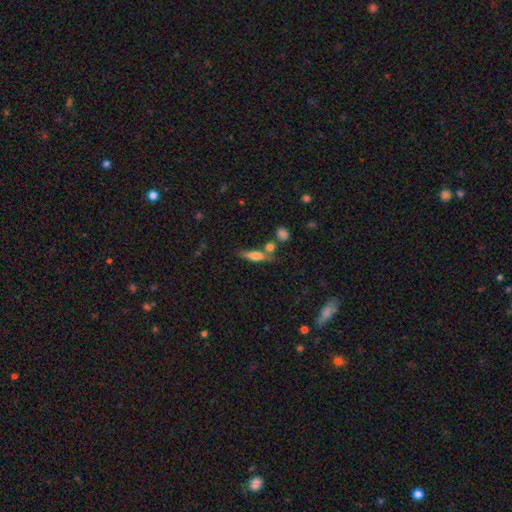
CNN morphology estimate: This appears to be a smooth galaxy with no disk features (57%) that is cigar-shaped (57%). Merging: none (55%).